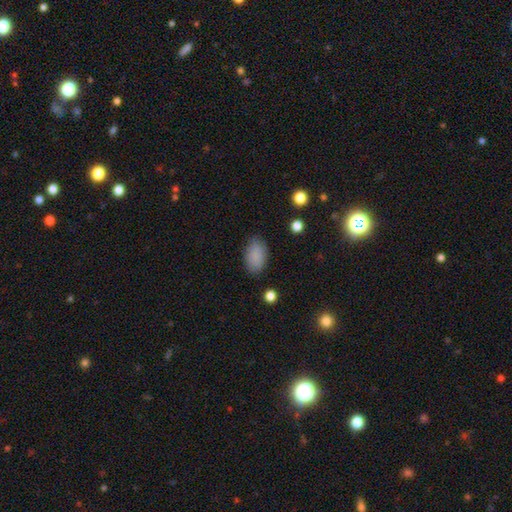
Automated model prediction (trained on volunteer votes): smooth_or_featured: smooth (p=0.87) [alt: star or artifact p=0.08]
how_rounded: in between (p=0.91) [alt: round p=0.07]
merging: none (p=0.82) [alt: minor disturbance p=0.13]